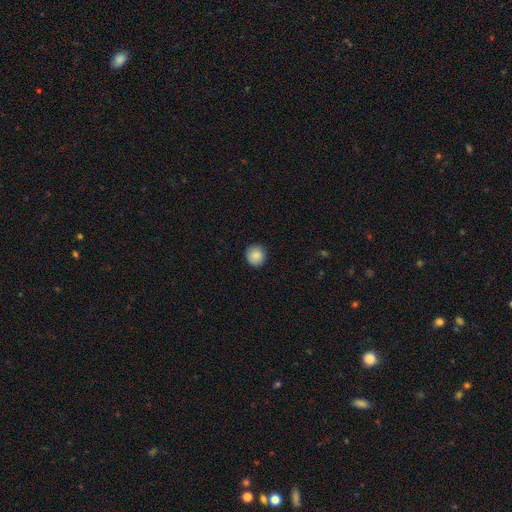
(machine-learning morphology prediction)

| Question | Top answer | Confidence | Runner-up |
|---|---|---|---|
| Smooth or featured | smooth | 88% | star or artifact (8%) |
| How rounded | round | 92% | in between (7%) |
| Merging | none | 90% | minor disturbance (7%) |